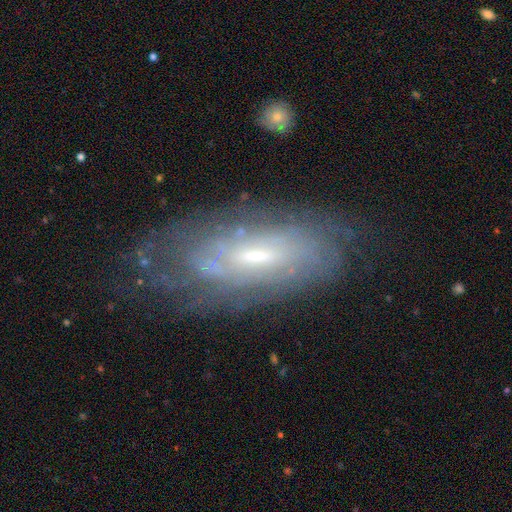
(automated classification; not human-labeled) The model was most divided on "bar": weak: 47%, no: 38%, strong: 15%. More confident: edge-on disk — no (84%); spiral arms — yes (80%); smooth or featured — featured or disk (73%); merging — none (70%); bulge size — small (52%).